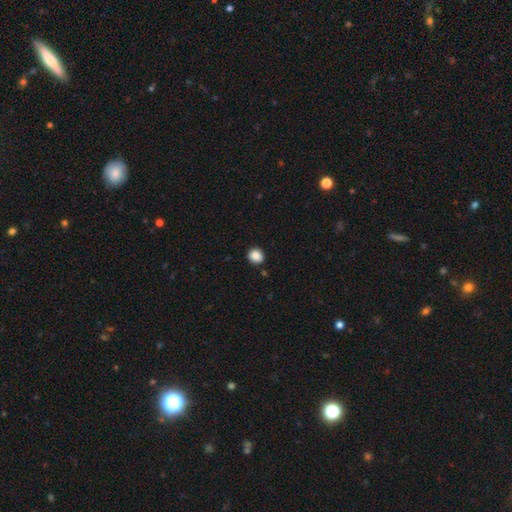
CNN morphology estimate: smooth 88%, star or artifact 9%, featured or disk 3%. Down the decision tree: how rounded — round (82%); merging — none (88%).